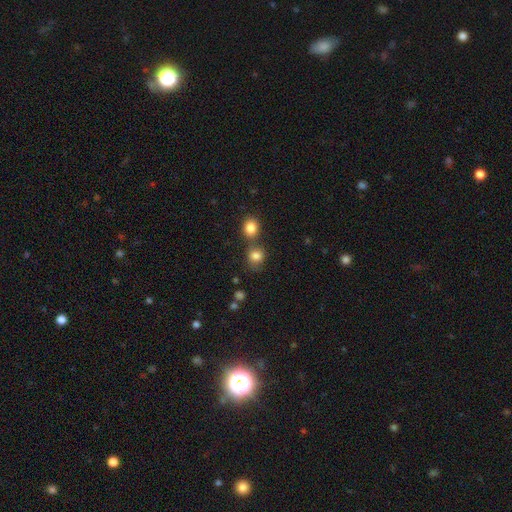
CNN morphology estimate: smooth 82%, star or artifact 11%, featured or disk 7%. Down the decision tree: how rounded — round (72%); merging — none (54%).